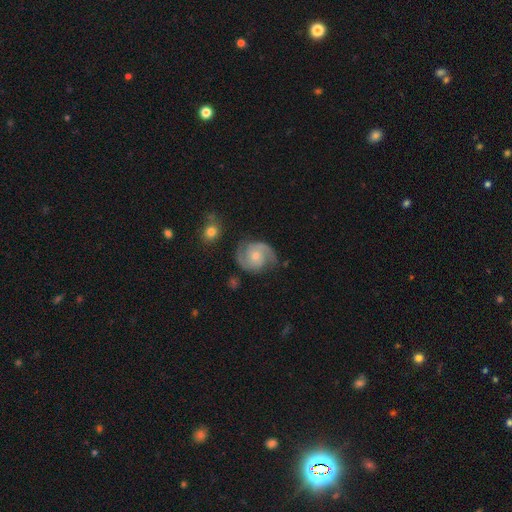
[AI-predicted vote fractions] A featured or disk galaxy (84%) with no bar (65%), 2 (91%) medium (52%) spiral arms (97%) and a small central bulge (51%). Merging: none (77%).